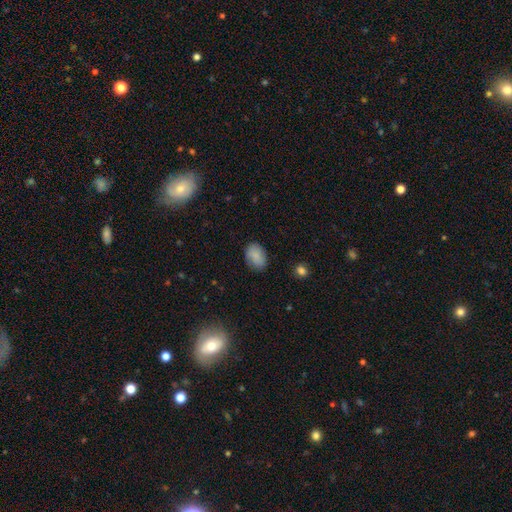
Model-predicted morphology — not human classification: Overall: smooth (84%). How rounded: in between (82%). Merging: none (81%).